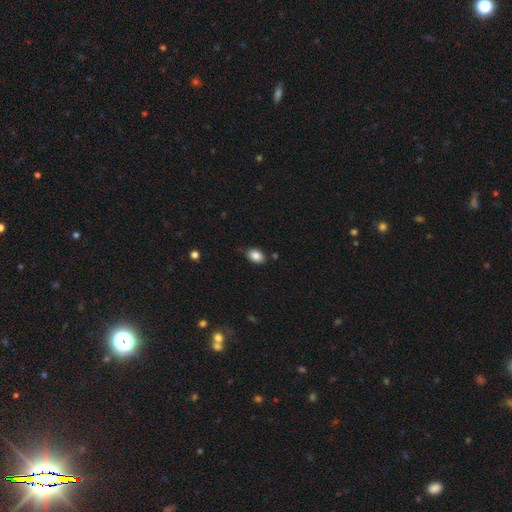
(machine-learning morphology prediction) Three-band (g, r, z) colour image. It shows a smooth galaxy with no disk features (86%) that is in between round and cigar-shaped (85%). Merging: none (79%).